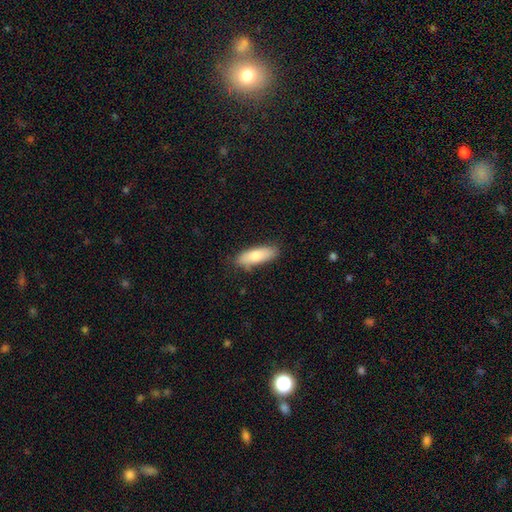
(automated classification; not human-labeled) Q: Smooth or featured?
A: smooth (78%); runner-up: featured or disk (16%)
Q: How rounded?
A: in between (62%); runner-up: cigar-shaped (36%)
Q: Merging?
A: none (80%); runner-up: minor disturbance (16%)